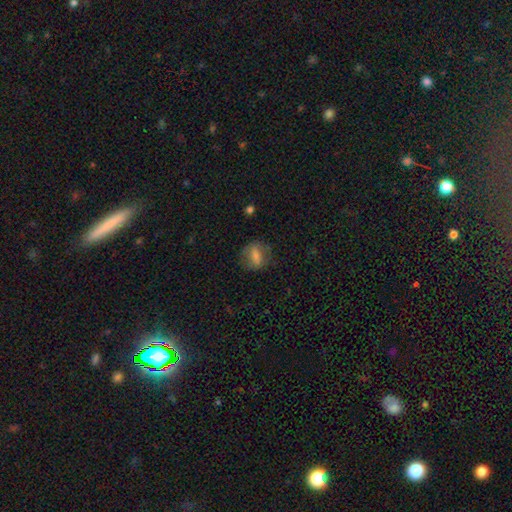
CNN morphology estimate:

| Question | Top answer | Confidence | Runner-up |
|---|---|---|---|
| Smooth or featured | smooth | 63% | featured or disk (28%) |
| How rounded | in between | 55% | round (38%) |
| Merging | none | 72% | minor disturbance (17%) |